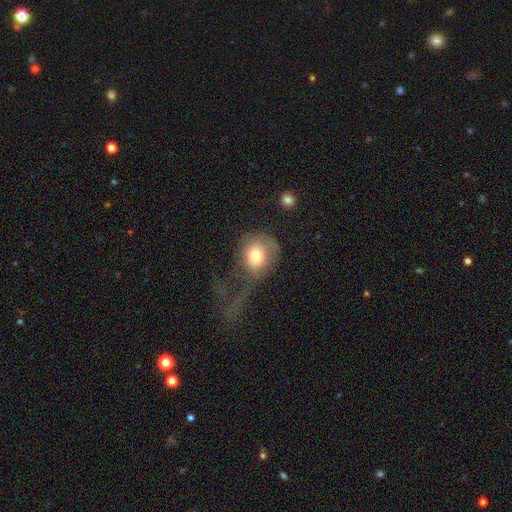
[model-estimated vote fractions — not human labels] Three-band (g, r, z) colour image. It shows a smooth galaxy with no disk features (71%) that is round (65%). Merging: major disturbance (57%).